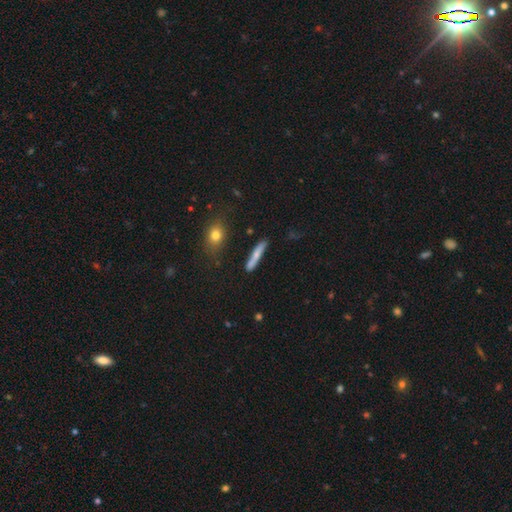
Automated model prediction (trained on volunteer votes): This appears to be a smooth galaxy with no disk features (64%) that is cigar-shaped (90%). Merging: none (81%).